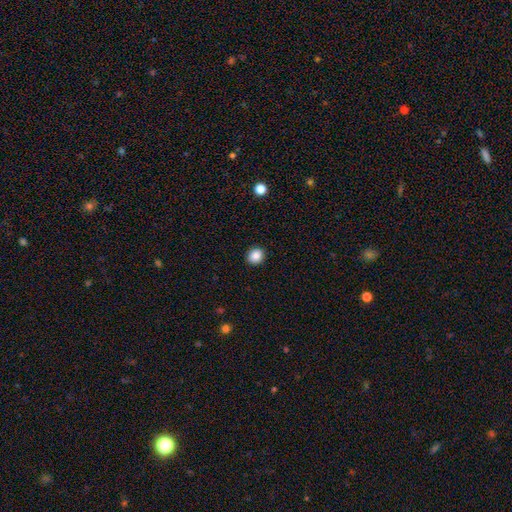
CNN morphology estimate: smooth_or_featured: smooth (p=0.88) [alt: star or artifact p=0.09]
how_rounded: round (p=0.80) [alt: in between p=0.20]
merging: none (p=0.92) [alt: minor disturbance p=0.05]